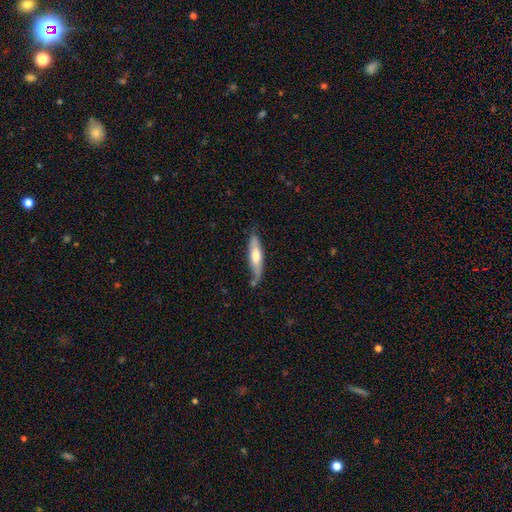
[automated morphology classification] Smooth or featured? smooth (56%)
How rounded? cigar-shaped (73%)
Merging? none (63%)